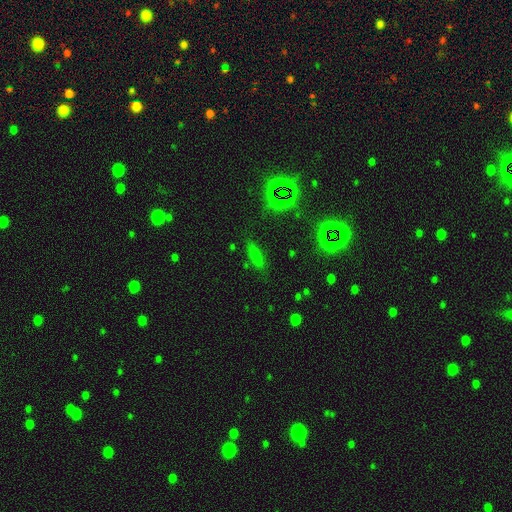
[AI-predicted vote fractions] The model was most divided on "how rounded": cigar-shaped: 57%, in between: 38%, round: 4%. More confident: merging — none (81%); smooth or featured — smooth (63%).